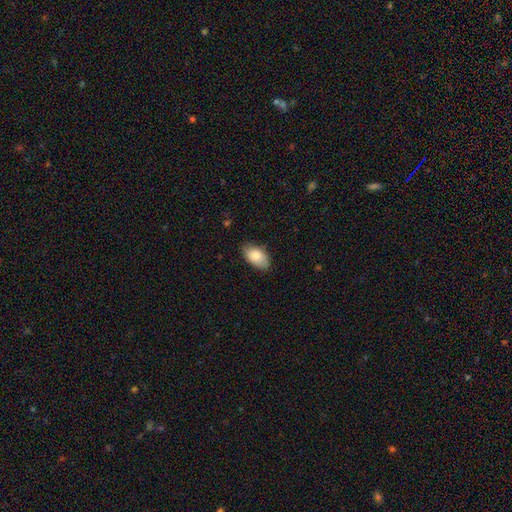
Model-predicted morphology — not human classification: A smooth galaxy with no disk features (80%) that is in between round and cigar-shaped (94%).

Vote fractions:
- Smooth or featured? smooth: 80% / featured or disk: 13% / star or artifact: 6%
- How rounded? in between: 94% / round: 5% / cigar-shaped: 2%
- Merging? none: 78% / minor disturbance: 18% / major disturbance: 3% / merger: 1%